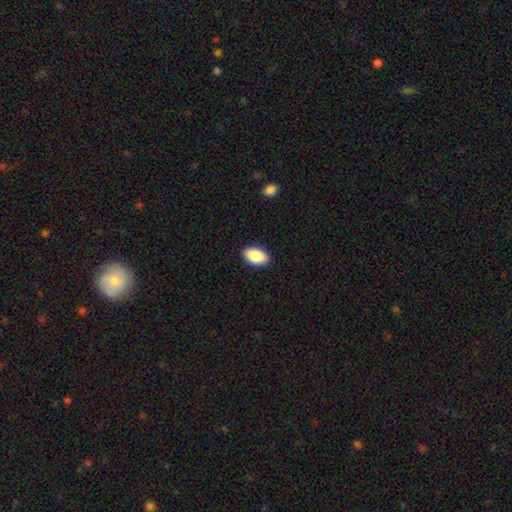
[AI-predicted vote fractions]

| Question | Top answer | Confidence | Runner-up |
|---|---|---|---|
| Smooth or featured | smooth | 88% | star or artifact (7%) |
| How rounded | in between | 93% | round (5%) |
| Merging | none | 90% | minor disturbance (8%) |